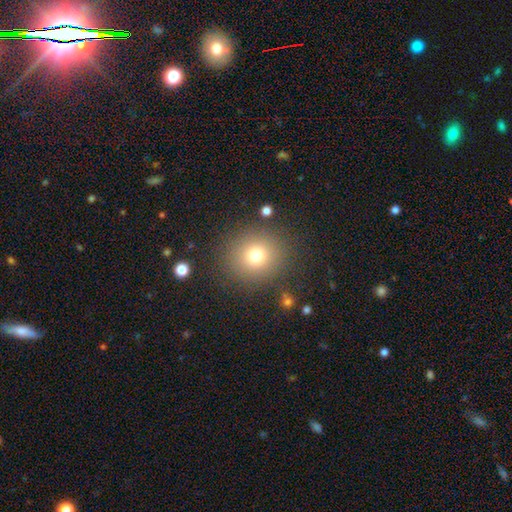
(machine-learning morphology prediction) type=smooth (74%); roundness=round (88%); merging=none (85%).